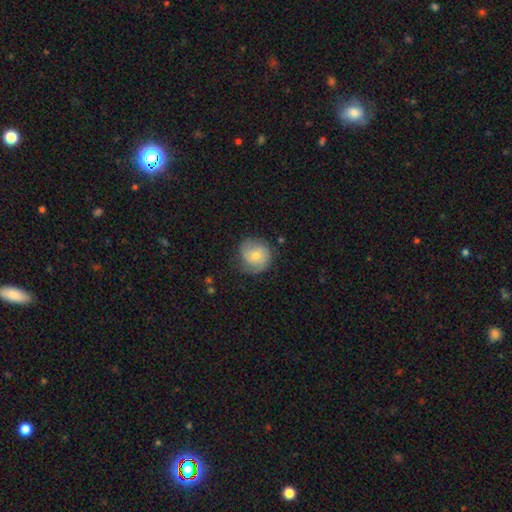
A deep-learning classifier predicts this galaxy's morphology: Smooth or featured: smooth — 49% (featured or disk — 43%)
Merging: none — 70% (minor disturbance — 21%)